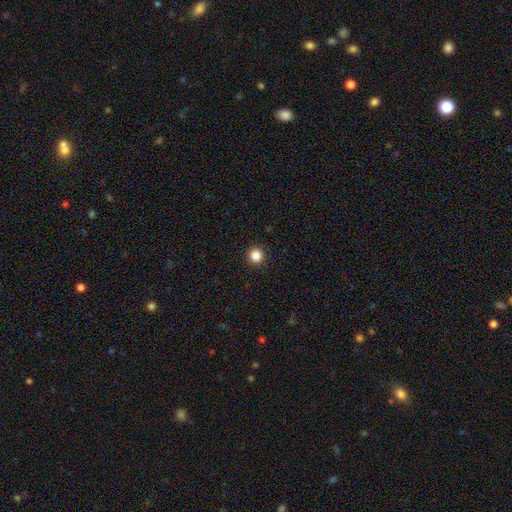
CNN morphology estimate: type=smooth (86%); roundness=round (95%); merging=none (93%).